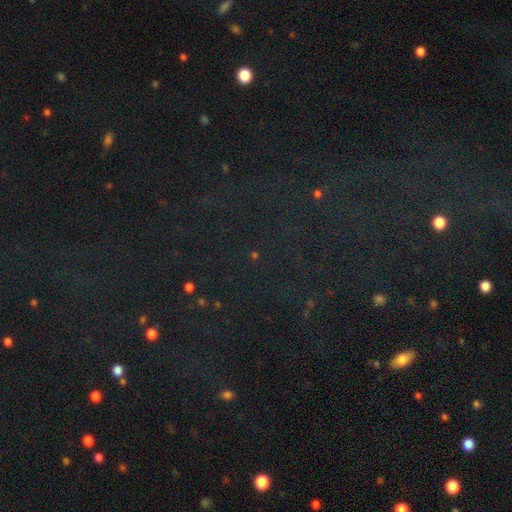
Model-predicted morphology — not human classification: This appears to be a star or artifact, not a galaxy (77%).